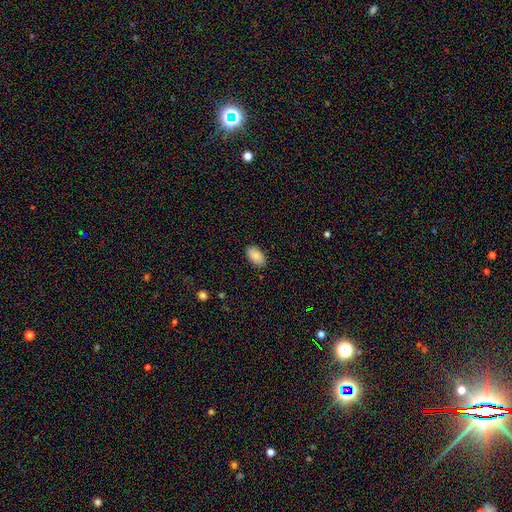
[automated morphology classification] smooth 86%, featured or disk 7%, star or artifact 7%. Down the decision tree: how rounded — in between (94%); merging — none (88%).